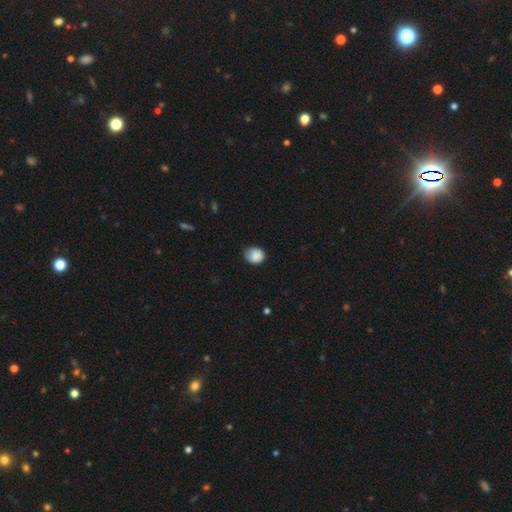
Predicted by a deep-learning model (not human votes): This appears to be a smooth galaxy with no disk features (87%) that is round (65%). Merging: none (64%).